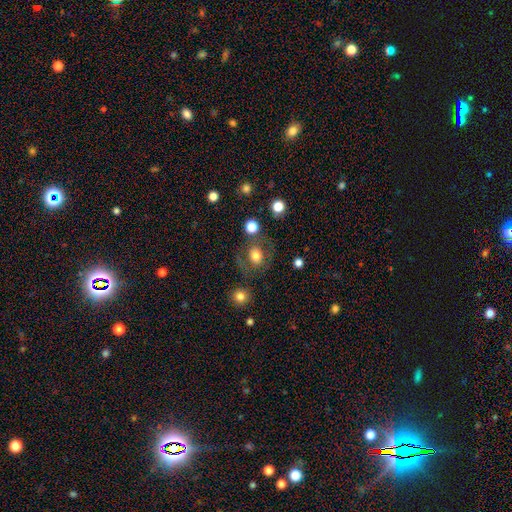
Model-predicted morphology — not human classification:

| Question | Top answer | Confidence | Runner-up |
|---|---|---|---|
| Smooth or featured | smooth | 67% | featured or disk (22%) |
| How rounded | round | 70% | in between (29%) |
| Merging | none | 69% | minor disturbance (14%) |